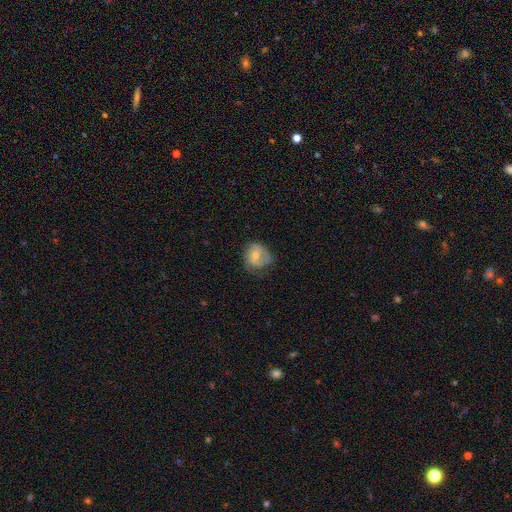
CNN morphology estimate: smooth-or-featured: smooth: 52% | featured or disk: 40% | star or artifact: 8%
  how-rounded: round: 65% | in between: 34% | cigar-shaped: 1%
  merging: none: 48% | minor disturbance: 32% | major disturbance: 19% | merger: 1%